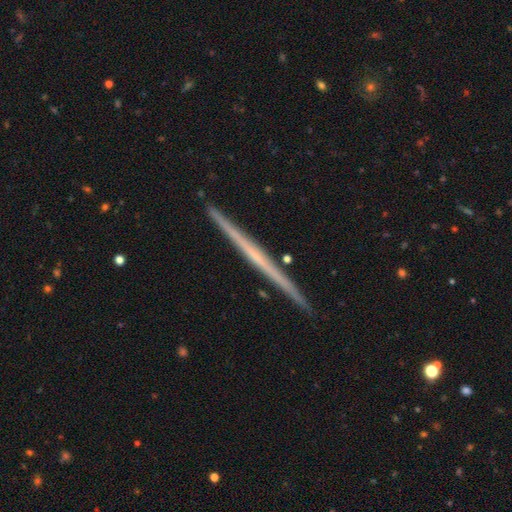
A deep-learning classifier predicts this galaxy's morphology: A featured or disk galaxy (72%) viewed edge-on (98%) with no central bulge (82%).

Vote fractions:
- Smooth or featured? featured or disk: 72% / smooth: 22% / star or artifact: 6%
- Edge-on disk? yes: 98% / no: 2%
- Edge-on bulge? none: 82% / rounded: 14% / boxy: 4%
- Merging? none: 93% / minor disturbance: 5% / merger: 1% / major disturbance: 1%